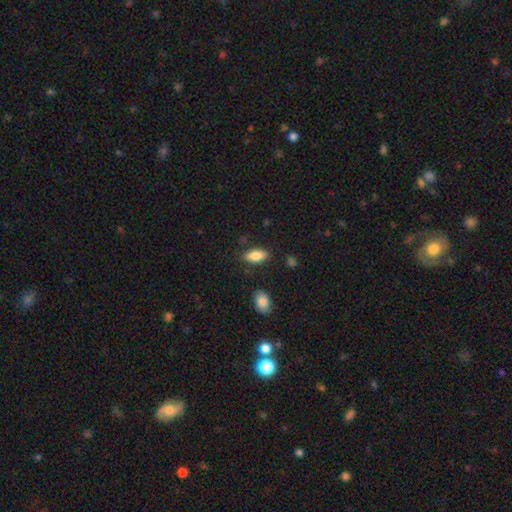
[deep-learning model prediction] Morphology: type=smooth (85%); roundness=in between (87%); merging=none (83%).